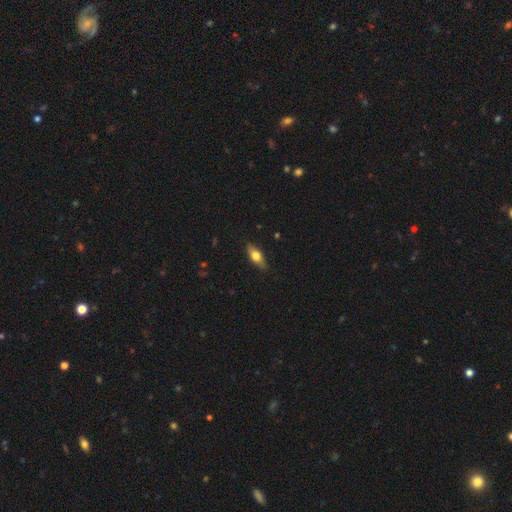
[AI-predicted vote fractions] This is likely a smooth galaxy (63%). How rounded: likely in between (73%). Merging: clearly none (84%).